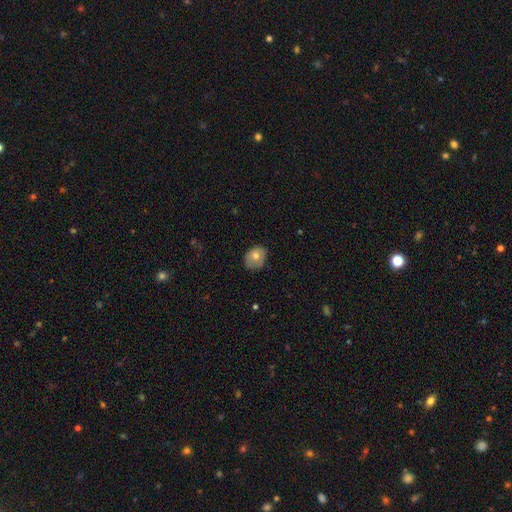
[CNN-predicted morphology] Smooth or featured?
  - smooth: 73% *
  - featured or disk: 19%
  - star or artifact: 8%
How rounded?
  - in between: 51% *
  - round: 48%
  - cigar-shaped: 1%
Merging?
  - none: 74% *
  - minor disturbance: 21%
  - major disturbance: 4%
  - merger: 1%